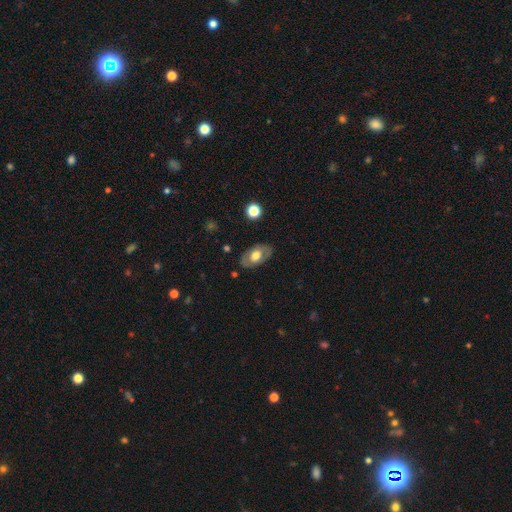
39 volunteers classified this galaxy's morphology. This is likely a smooth galaxy (62%). How rounded: clearly in between (83%). Merging: clearly none (85%).